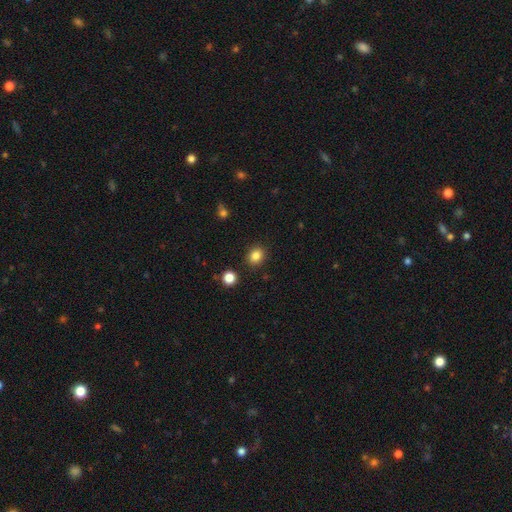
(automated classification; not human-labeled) smooth 85%, star or artifact 11%, featured or disk 4%. Down the decision tree: how rounded — round (62%); merging — none (88%).